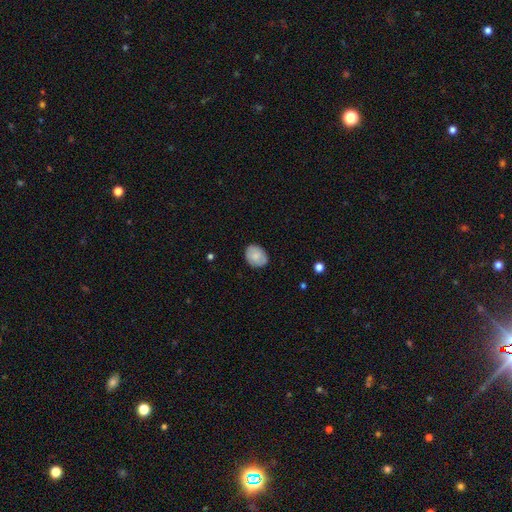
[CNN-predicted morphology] This is clearly a smooth galaxy (82%). How rounded: likely in between (60%). Merging: clearly none (83%).